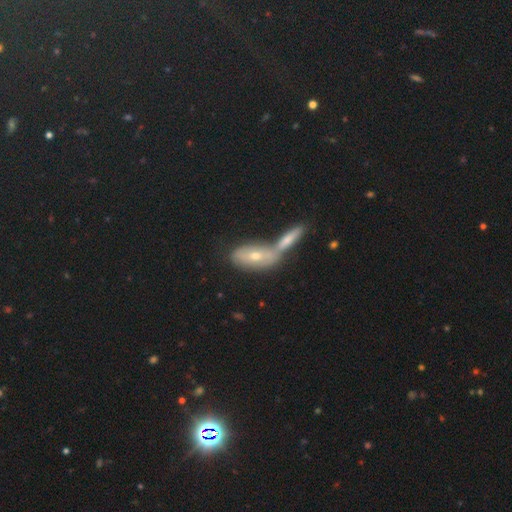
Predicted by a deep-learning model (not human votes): Smooth or featured? featured or disk (45%)
Merging? merger (47%)